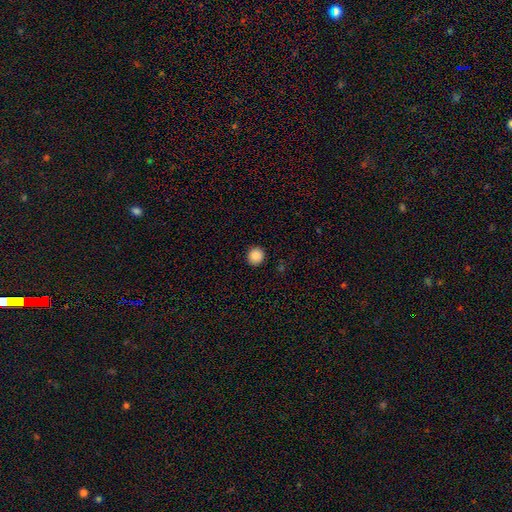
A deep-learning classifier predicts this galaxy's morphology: Smooth or featured? smooth (88%)
How rounded? round (92%)
Merging? none (92%)